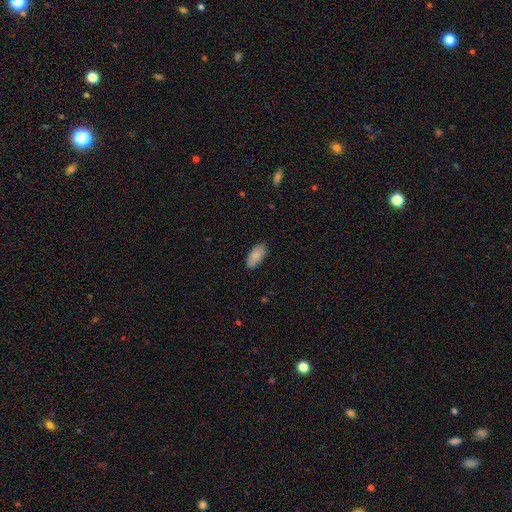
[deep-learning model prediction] Smooth or featured? Predicted: smooth (p=0.89). How rounded? Predicted: in between (p=0.92). Merging? Predicted: none (p=0.87).